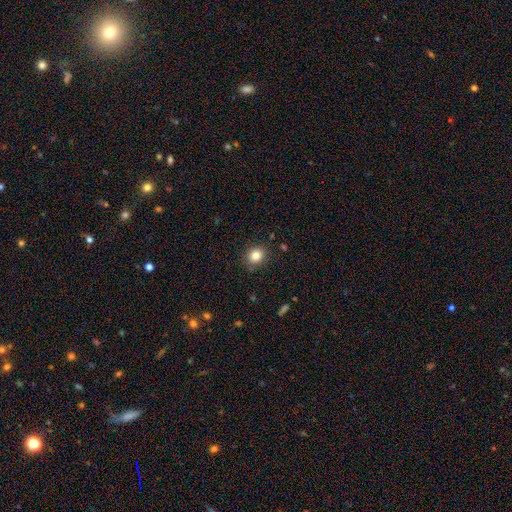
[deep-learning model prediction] smooth-or-featured: smooth: 82% | star or artifact: 11% | featured or disk: 6%
  how-rounded: round: 73% | in between: 26% | cigar-shaped: 1%
  merging: none: 87% | minor disturbance: 10% | major disturbance: 2% | merger: 1%